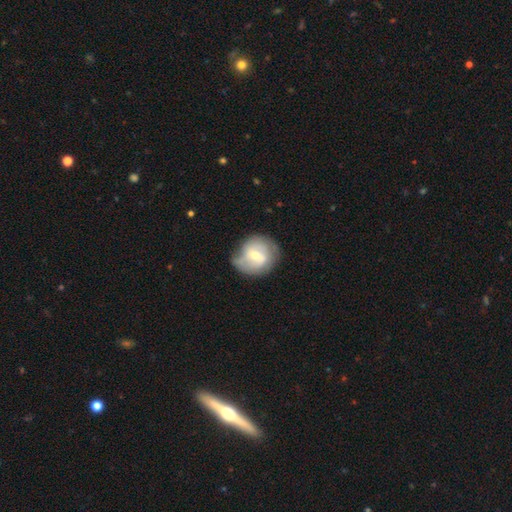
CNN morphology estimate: Smooth or featured: featured or disk — 52% (smooth — 42%)
Edge-on disk: no — 97% (yes — 3%)
Merging: none — 59% (minor disturbance — 28%)